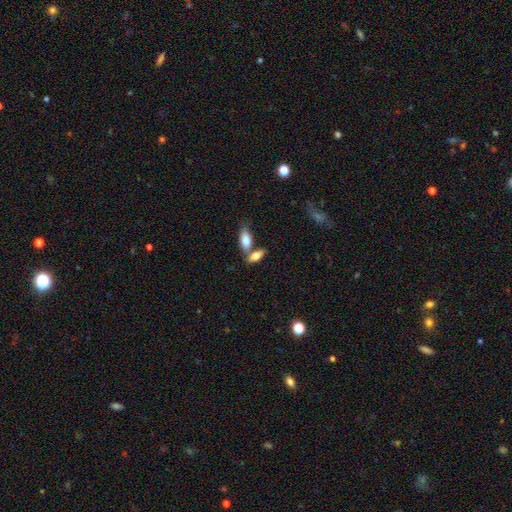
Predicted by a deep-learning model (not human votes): A smooth galaxy with no disk features (74%) that is in between round and cigar-shaped (78%). Merging: none (45%).